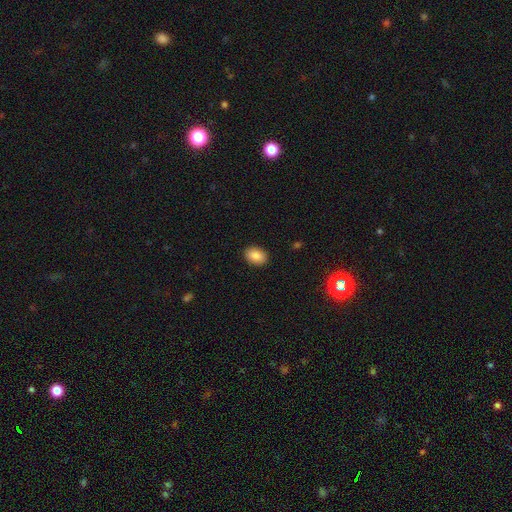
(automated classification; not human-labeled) This is clearly a smooth galaxy (88%). How rounded: likely in between (79%). Merging: clearly none (90%).